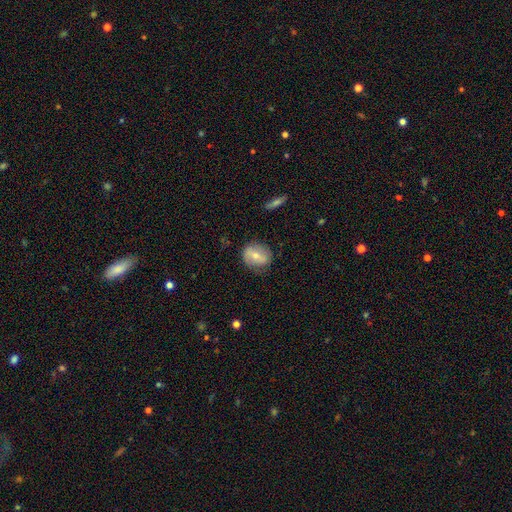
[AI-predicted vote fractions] Smooth or featured? Predicted: smooth (p=0.54). How rounded? Predicted: round (p=0.61). Merging? Predicted: none (p=0.76).